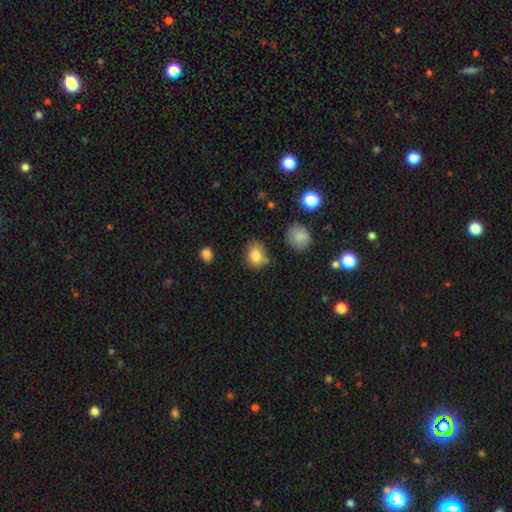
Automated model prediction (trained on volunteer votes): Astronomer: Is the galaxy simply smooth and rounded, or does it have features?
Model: smooth — 83%.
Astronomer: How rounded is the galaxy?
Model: in between — 54% (runner-up: round, 45%).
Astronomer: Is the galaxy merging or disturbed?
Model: none — 65%.